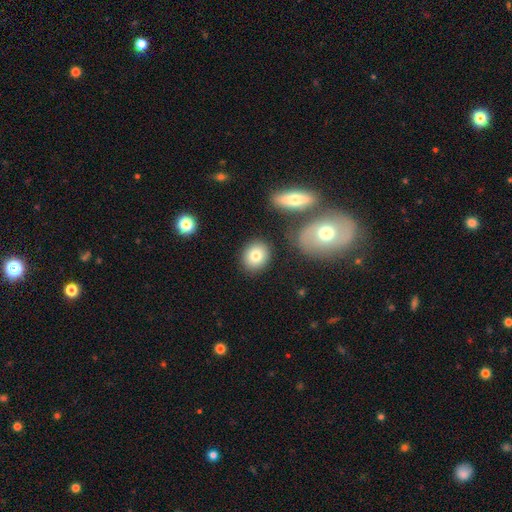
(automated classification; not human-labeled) Smooth or featured: smooth — 80% (featured or disk — 11%)
How rounded: round — 67% (in between — 32%)
Merging: none — 82% (minor disturbance — 9%)